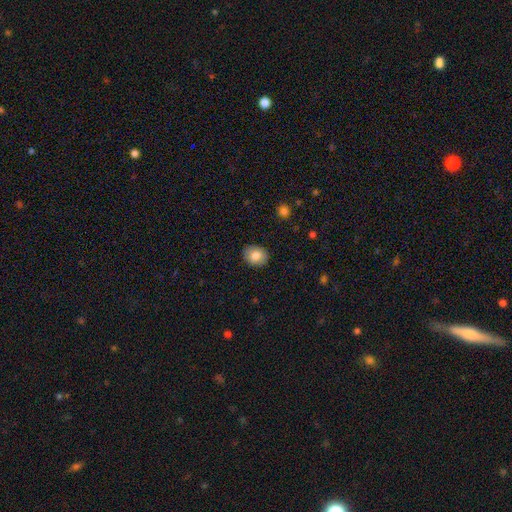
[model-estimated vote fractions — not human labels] smooth 82%, featured or disk 10%, star or artifact 8%. Down the decision tree: how rounded — round (51%); merging — none (88%).